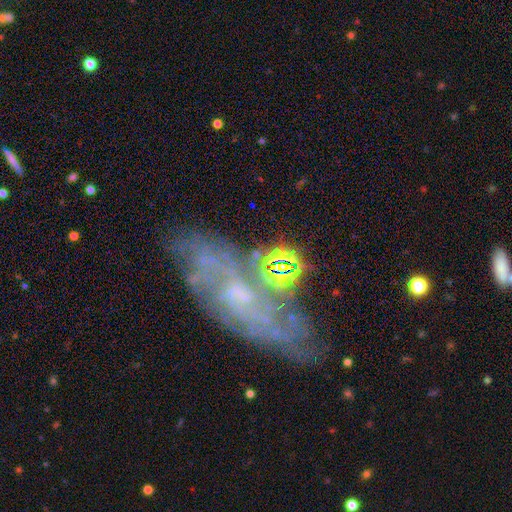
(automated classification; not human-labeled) smooth_or_featured: featured or disk (p=0.59) [alt: star or artifact p=0.23]
disk_edge_on: no (p=0.89) [alt: yes p=0.11]
bar: no (p=0.50) [alt: weak p=0.33]
has_spiral_arms: yes (p=0.70) [alt: no p=0.30]
bulge_size: small (p=0.36) [alt: moderate p=0.28]
merging: none (p=0.56) [alt: minor disturbance p=0.18]